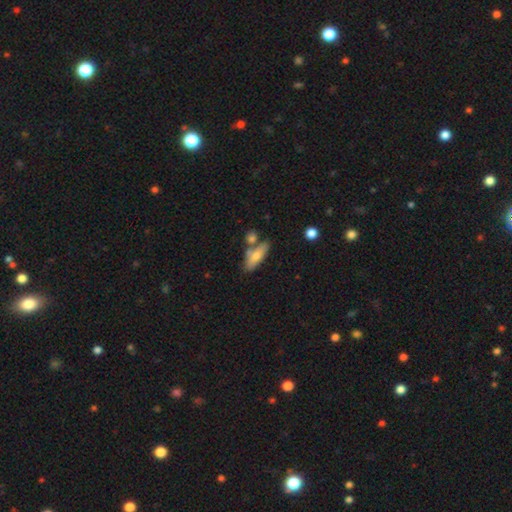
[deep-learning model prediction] Smooth or featured? Predicted: smooth (p=0.70). How rounded? Predicted: in between (p=0.63). Merging? Predicted: none (p=0.59).